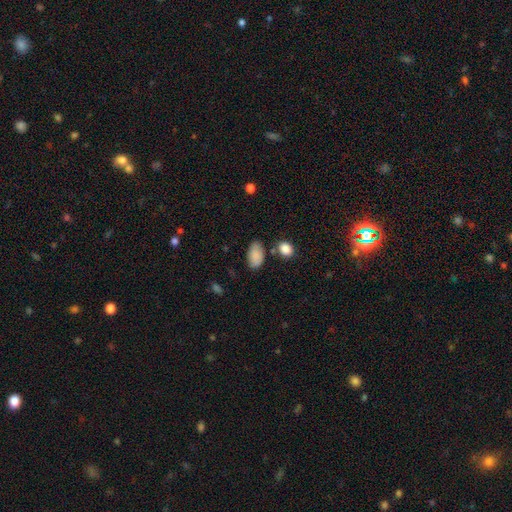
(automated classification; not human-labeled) The model was most divided on "merging": none: 70%, minor disturbance: 19%, merger: 6%, major disturbance: 5%. More confident: how rounded — in between (93%); smooth or featured — smooth (87%).